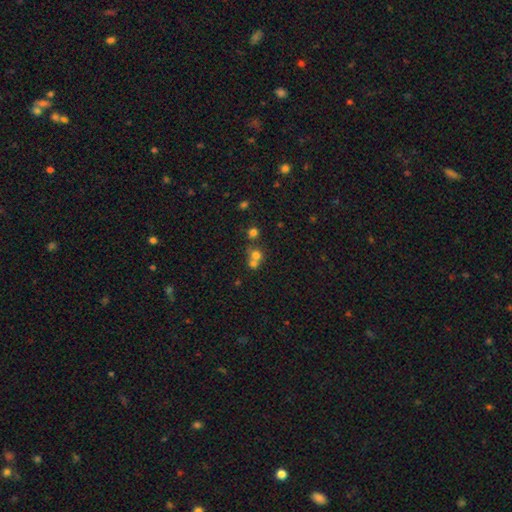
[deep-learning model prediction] This appears to be a smooth galaxy with no disk features (67%) that is round (83%). Merging: merger (53%).